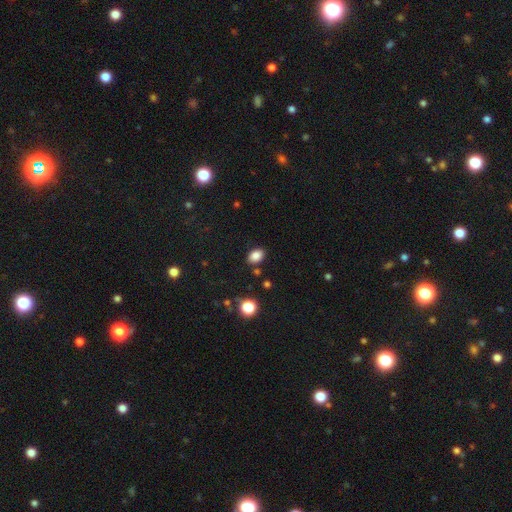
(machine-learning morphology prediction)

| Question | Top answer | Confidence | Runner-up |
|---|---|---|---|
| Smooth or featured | smooth | 85% | star or artifact (11%) |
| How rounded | in between | 77% | round (22%) |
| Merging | none | 84% | minor disturbance (11%) |